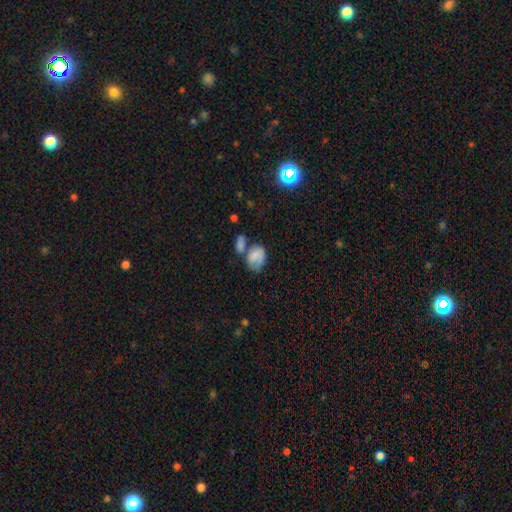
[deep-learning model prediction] A smooth galaxy with no disk features (72%) that is in between round and cigar-shaped (76%).

Vote fractions:
- Smooth or featured? smooth: 72% / featured or disk: 18% / star or artifact: 9%
- How rounded? in between: 76% / round: 22% / cigar-shaped: 2%
- Merging? merger: 37% / none: 30% / minor disturbance: 21% / major disturbance: 13%